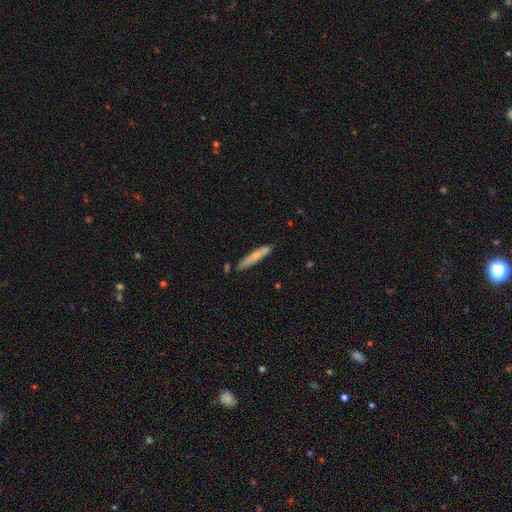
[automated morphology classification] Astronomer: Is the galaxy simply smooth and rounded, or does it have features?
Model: smooth — 67%.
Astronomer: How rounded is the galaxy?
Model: cigar-shaped — 93%.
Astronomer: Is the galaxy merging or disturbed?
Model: none — 80%.